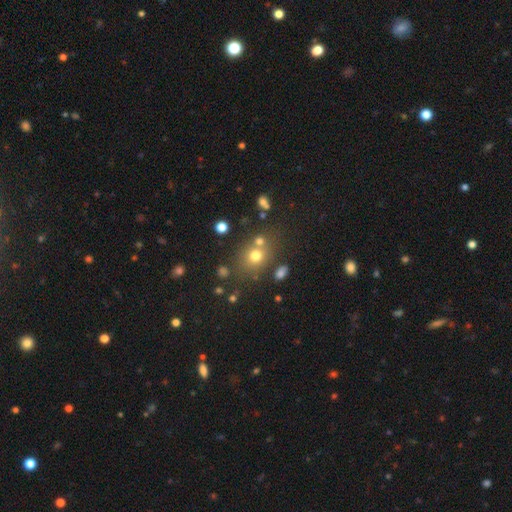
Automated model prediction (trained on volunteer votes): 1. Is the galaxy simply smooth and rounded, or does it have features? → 70% smooth, 18% star or artifact, 12% featured or disk.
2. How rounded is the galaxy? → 68% round, 31% in between, 1% cigar-shaped.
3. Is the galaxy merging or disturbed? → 63% none, 20% merger, 12% minor disturbance, 5% major disturbance.